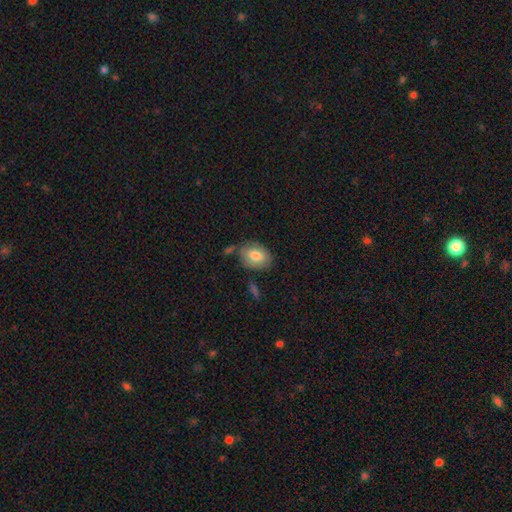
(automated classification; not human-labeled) Smooth or featured? smooth (77%)
How rounded? in between (77%)
Merging? none (66%)